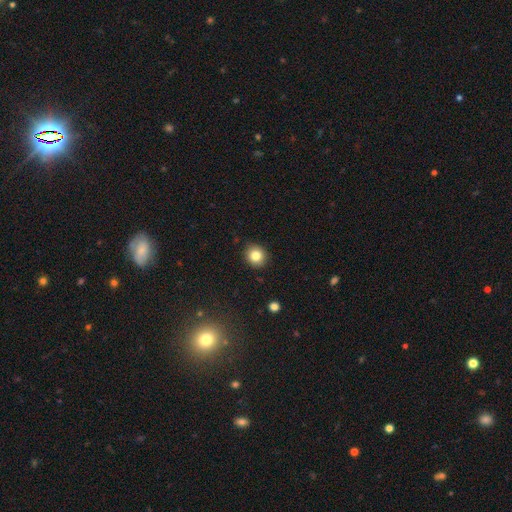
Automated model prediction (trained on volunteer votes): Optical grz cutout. It shows a smooth galaxy with no disk features (82%) that is round (81%). Merging: none (89%).